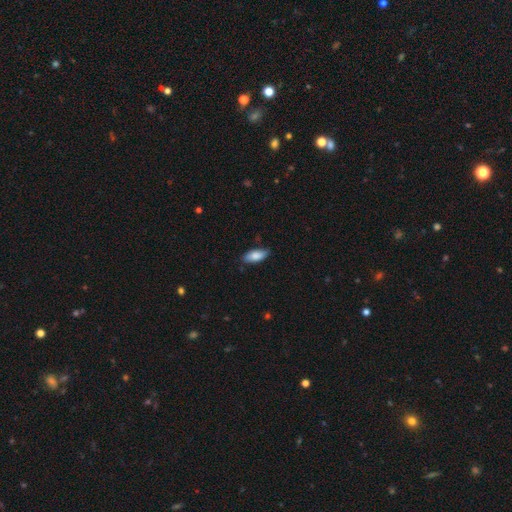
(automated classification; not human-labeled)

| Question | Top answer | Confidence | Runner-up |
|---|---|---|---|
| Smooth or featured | smooth | 84% | featured or disk (10%) |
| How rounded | in between | 83% | cigar-shaped (15%) |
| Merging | none | 82% | minor disturbance (15%) |